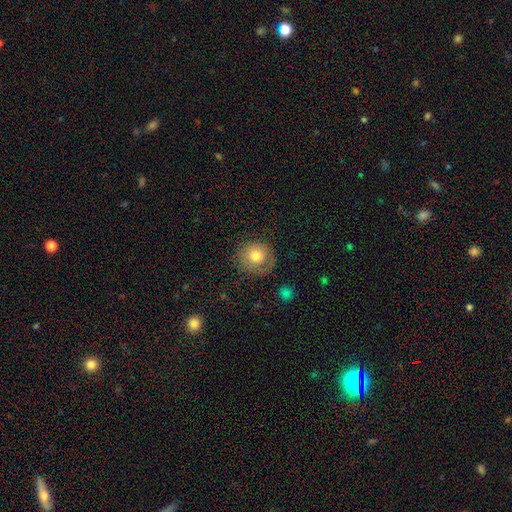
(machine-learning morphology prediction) A smooth galaxy with no disk features (76%) that is round (89%). Merging: none (76%).